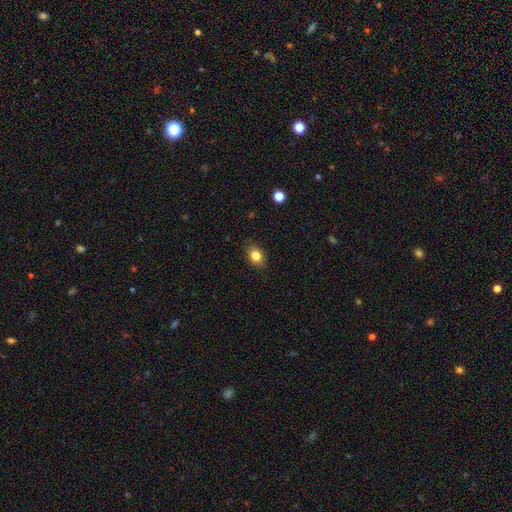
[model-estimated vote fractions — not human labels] This appears to be a smooth galaxy with no disk features (82%) that is in between round and cigar-shaped (68%). Merging: none (86%).